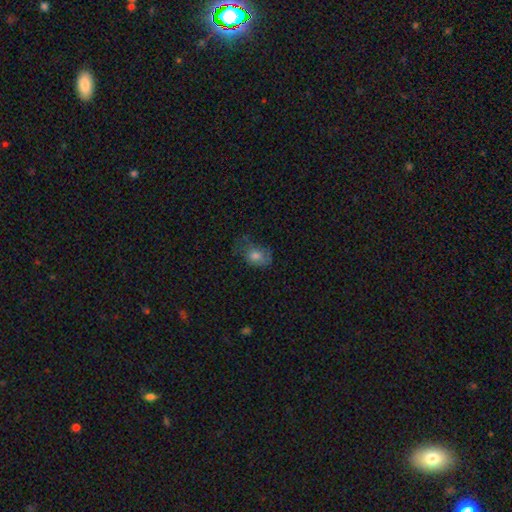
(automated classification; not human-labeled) Smooth or featured?
  - smooth: 72% *
  - featured or disk: 18%
  - star or artifact: 10%
How rounded?
  - in between: 70% *
  - round: 29%
  - cigar-shaped: 1%
Merging?
  - none: 40% *
  - minor disturbance: 34%
  - major disturbance: 23%
  - merger: 2%